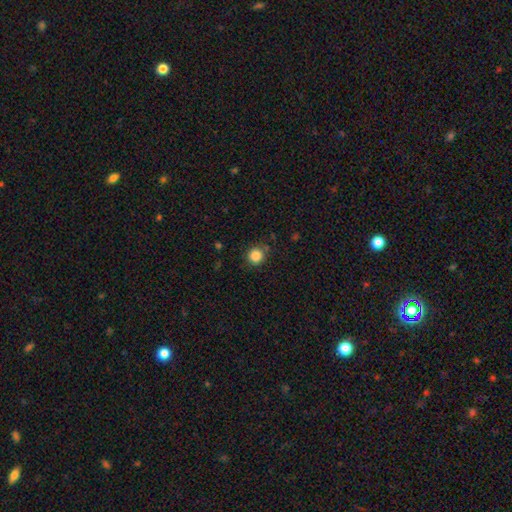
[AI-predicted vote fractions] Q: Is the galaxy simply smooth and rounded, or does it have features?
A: smooth — 86%.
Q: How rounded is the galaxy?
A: round — 91%.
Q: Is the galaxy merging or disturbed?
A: none — 82%.